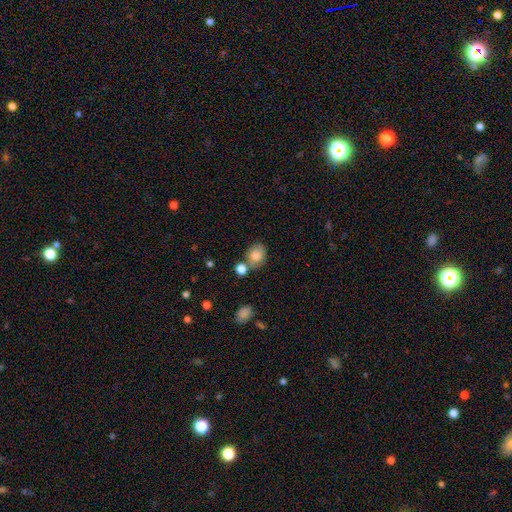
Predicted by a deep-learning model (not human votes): Overall: smooth (81%). How rounded: in between (53%; round 46%). Merging: none (62%).